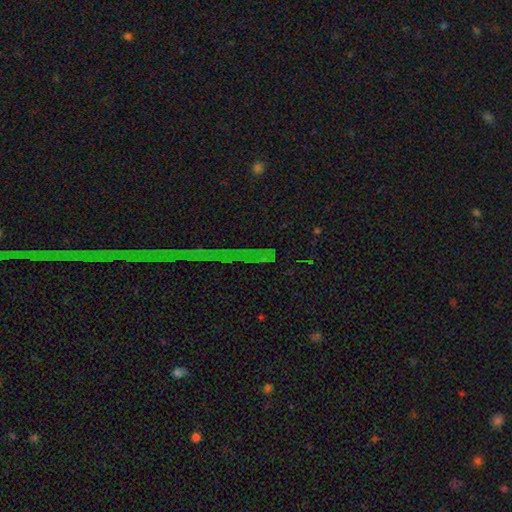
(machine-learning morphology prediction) type=star or artifact (79%).